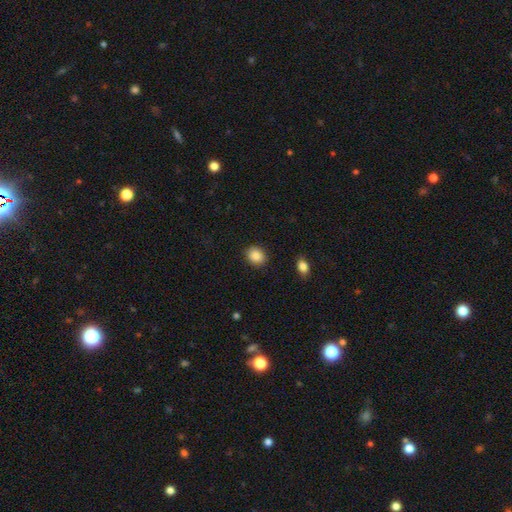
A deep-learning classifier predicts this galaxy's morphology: A smooth galaxy with no disk features (87%) that is round (64%).

Vote fractions:
- Smooth or featured? smooth: 87% / star or artifact: 8% / featured or disk: 5%
- How rounded? round: 64% / in between: 35% / cigar-shaped: 1%
- Merging? none: 88% / minor disturbance: 8% / major disturbance: 2% / merger: 1%